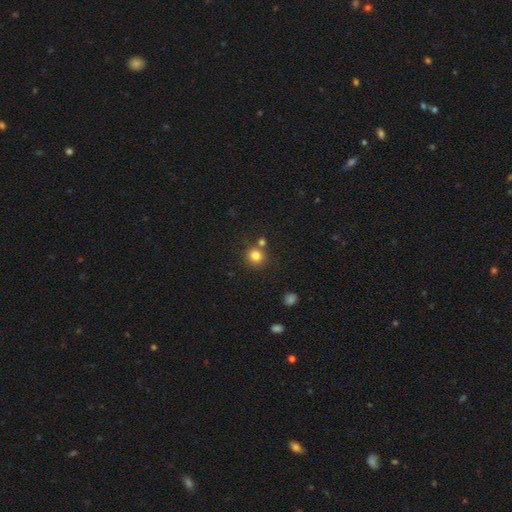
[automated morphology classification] A smooth galaxy with no disk features (82%) that is round (90%). Merging: none (73%).